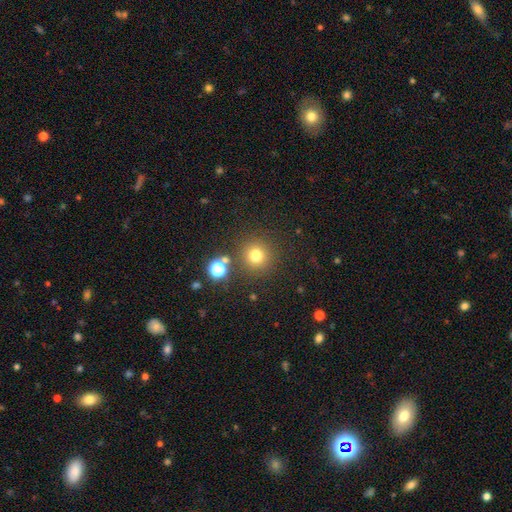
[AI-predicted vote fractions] smooth 75%, star or artifact 18%, featured or disk 7%. Down the decision tree: how rounded — round (95%); merging — none (85%).